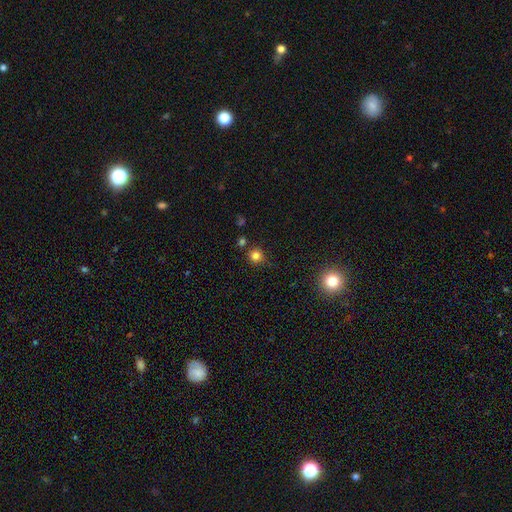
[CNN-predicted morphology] Smooth or featured? Predicted: smooth (p=0.80). How rounded? Predicted: round (p=0.92). Merging? Predicted: none (p=0.77).